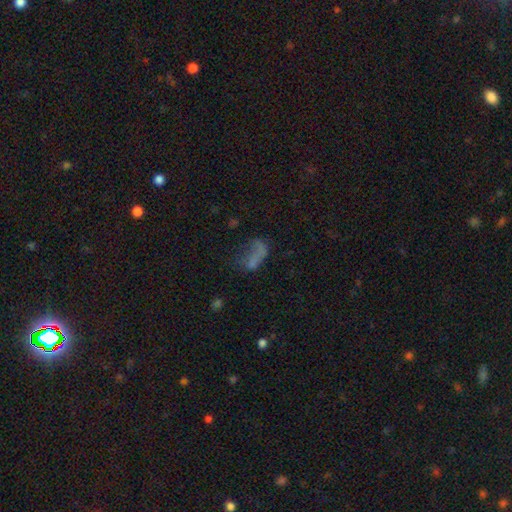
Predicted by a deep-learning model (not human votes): This is possibly a smooth galaxy (48%). Merging: marginally major disturbance (41%).